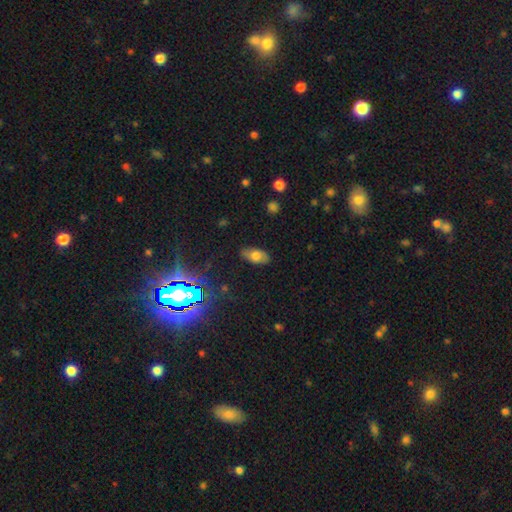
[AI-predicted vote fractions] smooth_or_featured: smooth (p=0.68) [alt: featured or disk p=0.19]
how_rounded: in between (p=0.91) [alt: round p=0.05]
merging: none (p=0.83) [alt: minor disturbance p=0.13]